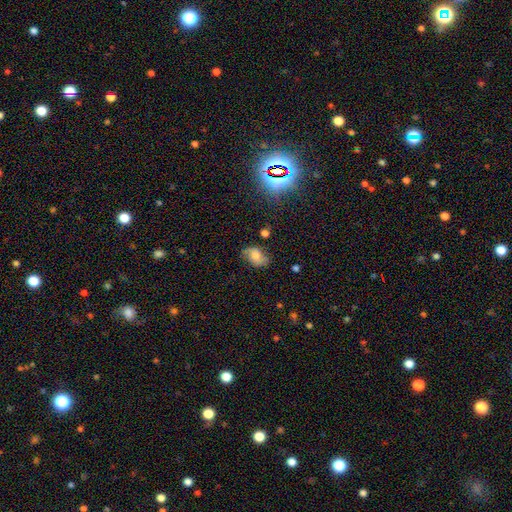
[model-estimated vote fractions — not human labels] The model was most divided on "smooth or featured": smooth: 59%, featured or disk: 29%, star or artifact: 12%. More confident: how rounded — in between (80%); merging — none (61%).